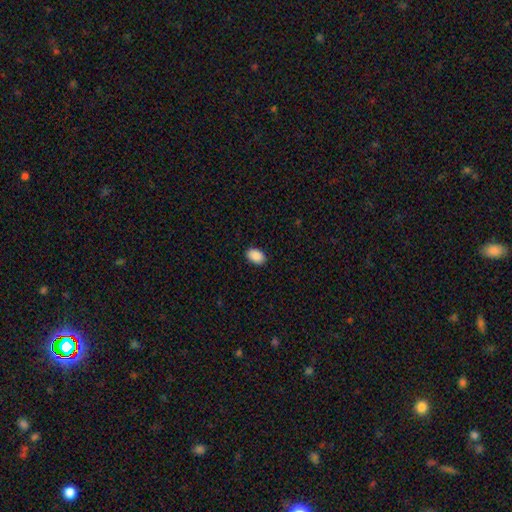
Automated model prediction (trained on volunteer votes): Smooth or featured? Predicted: smooth (p=0.90). How rounded? Predicted: in between (p=0.89). Merging? Predicted: none (p=0.90).